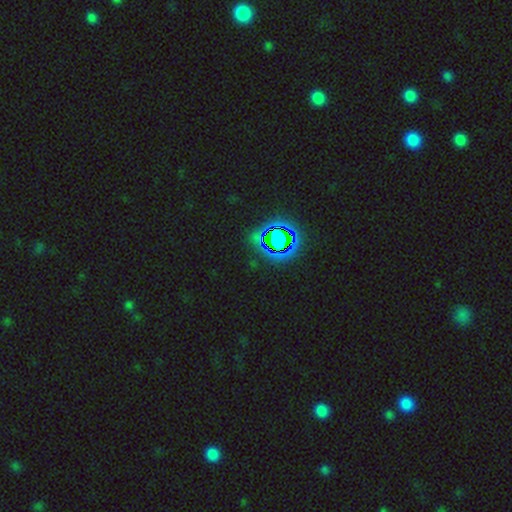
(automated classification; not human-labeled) The model was most divided on "smooth or featured": star or artifact: 73%, smooth: 14%, featured or disk: 13%.